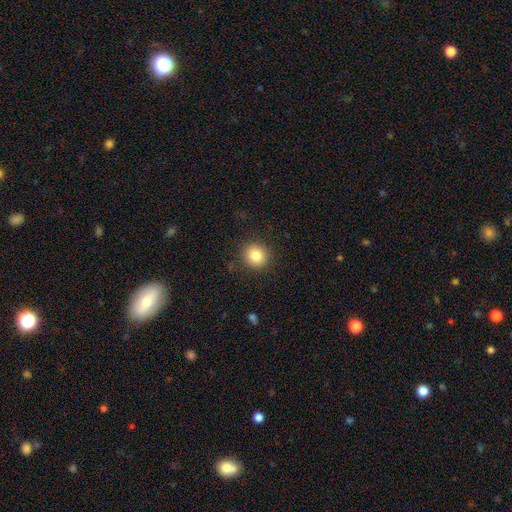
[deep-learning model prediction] Smooth or featured? Predicted: smooth (p=0.83). How rounded? Predicted: round (p=0.90). Merging? Predicted: none (p=0.90).